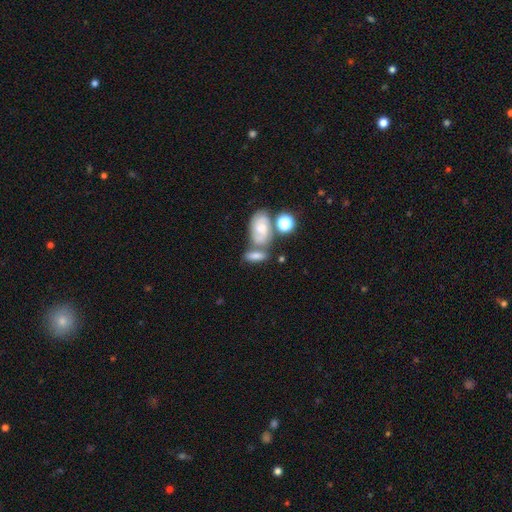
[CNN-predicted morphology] Smooth or featured: smooth — 58% (featured or disk — 30%)
How rounded: in between — 72% (cigar-shaped — 17%)
Merging: none — 43% (merger — 36%)